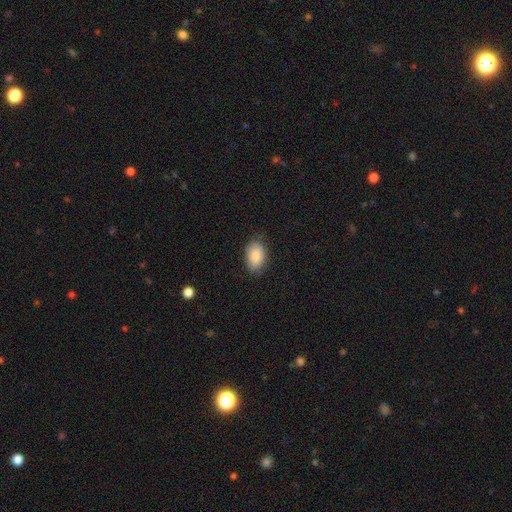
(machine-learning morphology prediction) The model was most divided on "merging": none: 80%, minor disturbance: 15%, major disturbance: 3%, merger: 1%. More confident: how rounded — in between (91%); smooth or featured — smooth (87%).